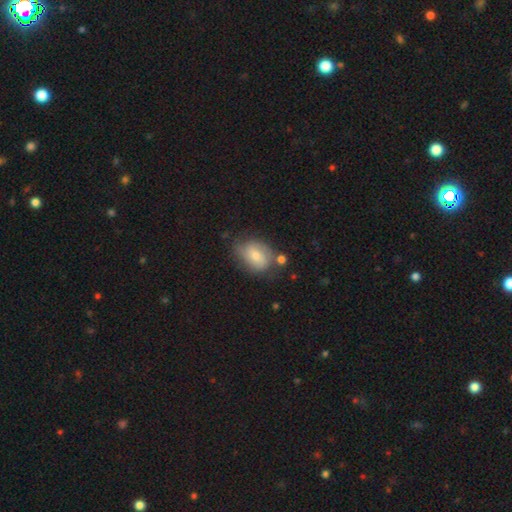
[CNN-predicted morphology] Smooth or featured? smooth (63%)
How rounded? in between (72%)
Merging? none (56%)